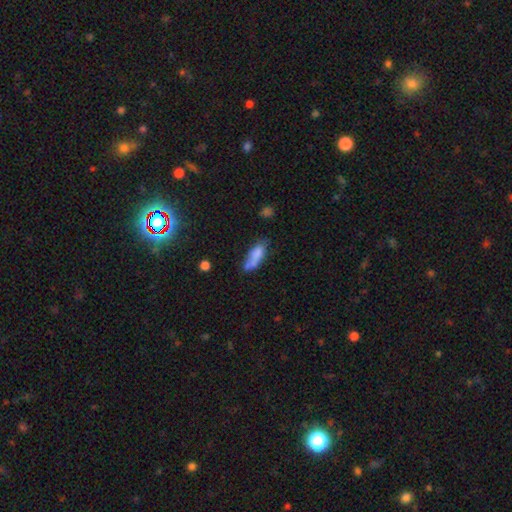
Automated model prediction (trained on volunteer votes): A smooth galaxy with no disk features (74%) that is in between round and cigar-shaped (69%).

Vote fractions:
- Smooth or featured? smooth: 74% / featured or disk: 18% / star or artifact: 9%
- How rounded? in between: 69% / cigar-shaped: 28% / round: 3%
- Merging? none: 38% / minor disturbance: 27% / merger: 22% / major disturbance: 14%